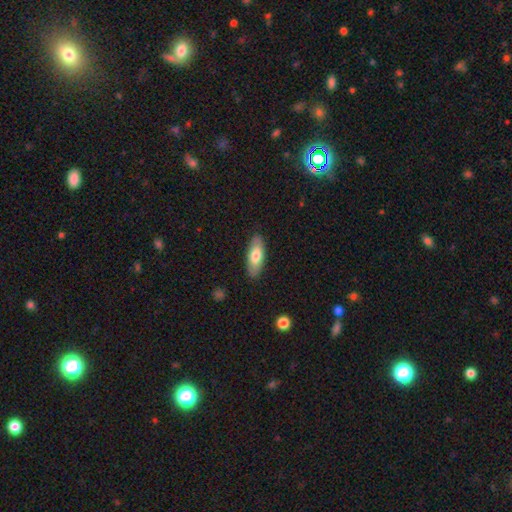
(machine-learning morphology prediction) type=smooth (71%); roundness=in between (74%); merging=none (87%).